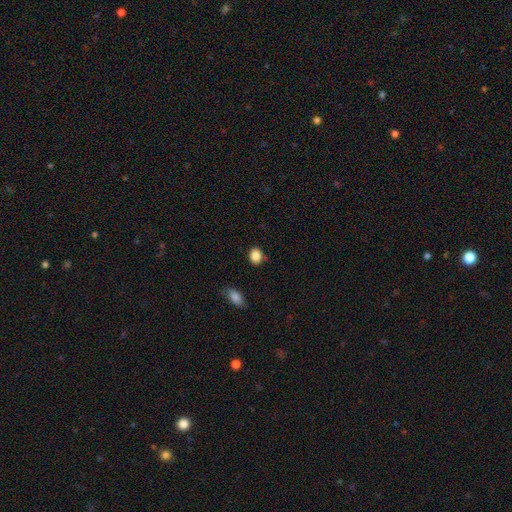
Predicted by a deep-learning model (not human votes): A smooth galaxy with no disk features (87%) that is in between round and cigar-shaped (51%).

Vote fractions:
- Smooth or featured? smooth: 87% / star or artifact: 9% / featured or disk: 4%
- How rounded? in between: 51% / round: 48% / cigar-shaped: 1%
- Merging? none: 84% / minor disturbance: 11% / major disturbance: 3% / merger: 2%